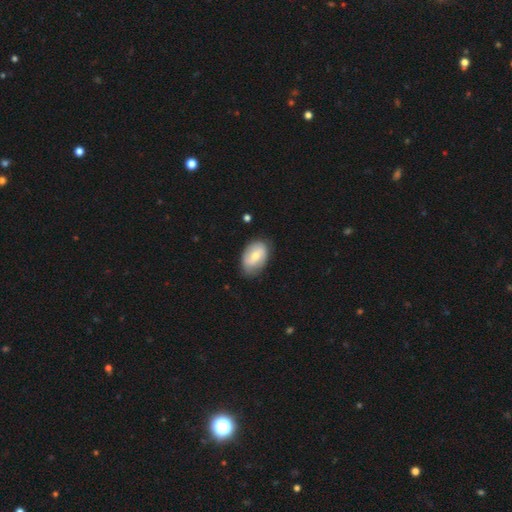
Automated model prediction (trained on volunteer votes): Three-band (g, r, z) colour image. It shows a smooth galaxy with no disk features (55%) that is in between round and cigar-shaped (88%). Merging: none (77%).